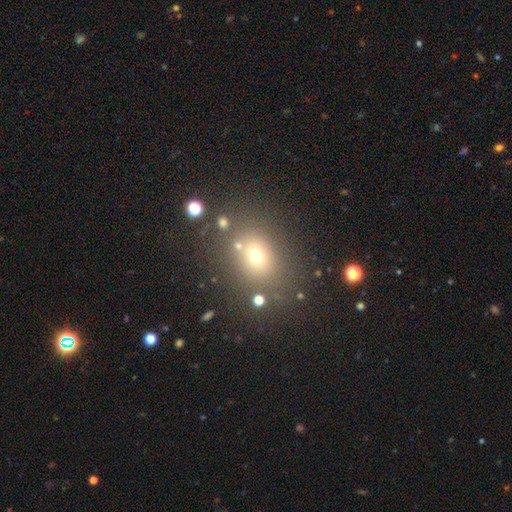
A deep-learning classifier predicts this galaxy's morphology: Smooth or featured?
  - smooth: 62% *
  - star or artifact: 24%
  - featured or disk: 14%
How rounded?
  - round: 56% *
  - in between: 43%
  - cigar-shaped: 1%
Merging?
  - none: 75% *
  - minor disturbance: 11%
  - merger: 8%
  - major disturbance: 6%